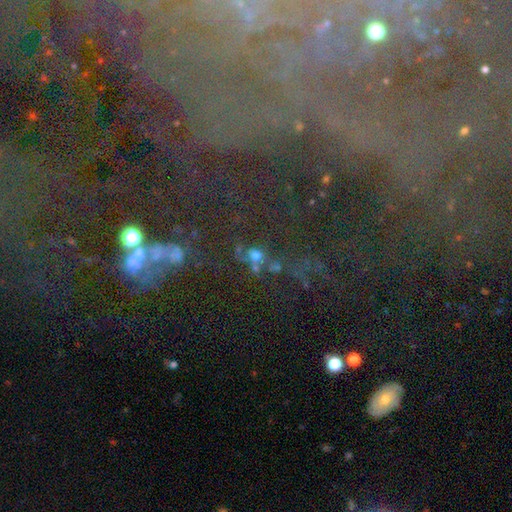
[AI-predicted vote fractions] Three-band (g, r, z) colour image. It shows a star or artifact, not a galaxy (42%).